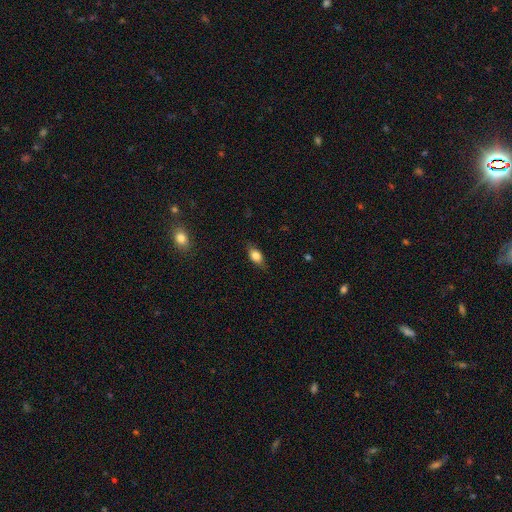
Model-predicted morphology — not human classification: smooth_or_featured: smooth (p=0.78) [alt: featured or disk p=0.14]
how_rounded: in between (p=0.81) [alt: round p=0.11]
merging: none (p=0.79) [alt: minor disturbance p=0.16]